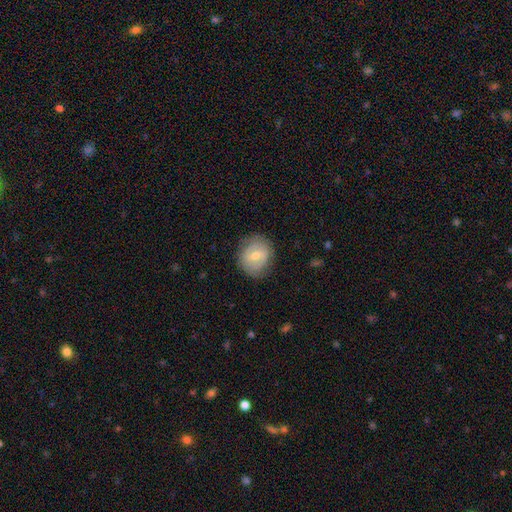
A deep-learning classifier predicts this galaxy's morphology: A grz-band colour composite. It shows a featured or disk galaxy (49%). Merging: none (78%).